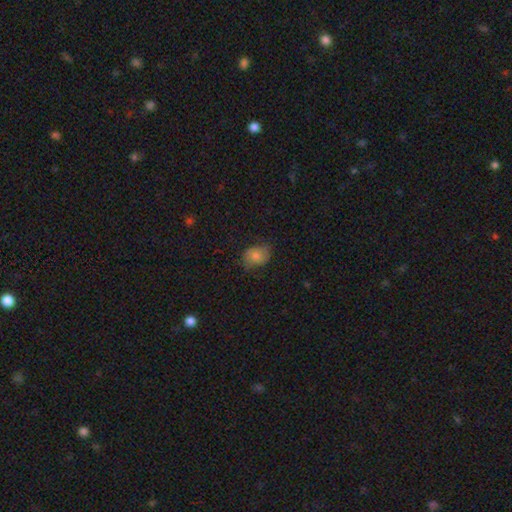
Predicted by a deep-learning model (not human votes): smooth 64%, featured or disk 26%, star or artifact 10%. Down the decision tree: how rounded — in between (59%); merging — none (66%).